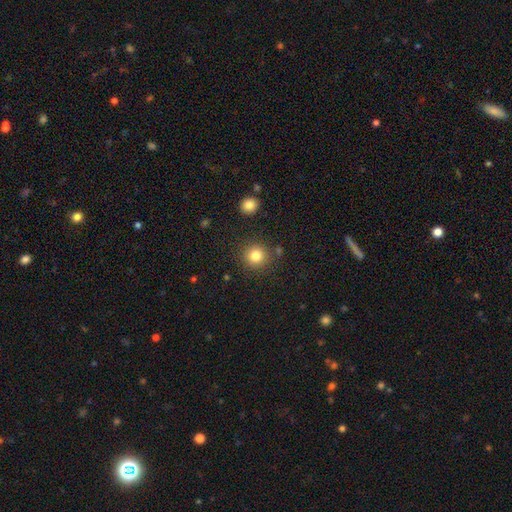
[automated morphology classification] type=smooth (82%); roundness=round (93%); merging=none (86%).